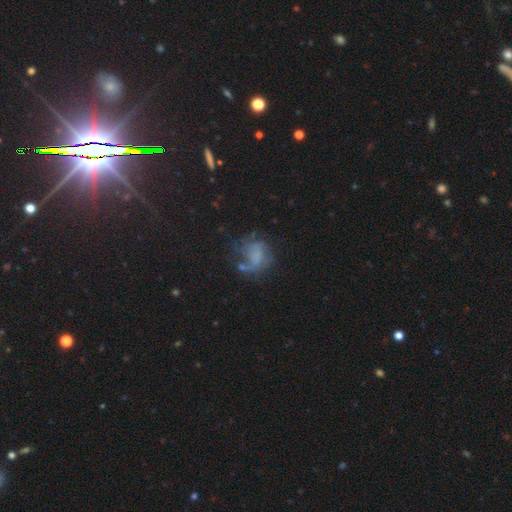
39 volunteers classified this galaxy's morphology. This is possibly a featured or disk galaxy (51%). It is clearly not viewed edge-on (100%). Bar: likely no (65%). Spiral arm pattern: possibly no (55%). Central bulge: likely none (70%). Merging: marginally major disturbance (45%).